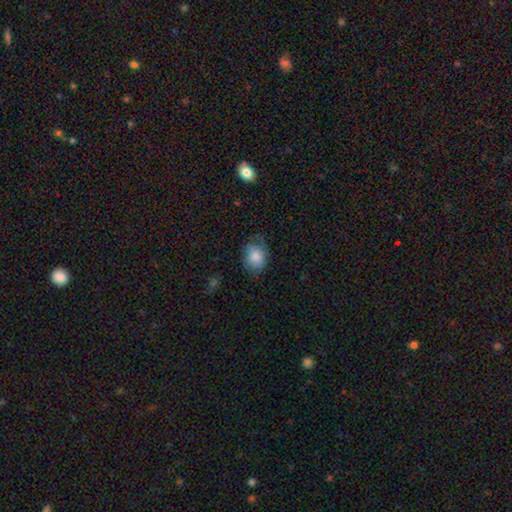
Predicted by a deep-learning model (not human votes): Smooth or featured: smooth — 77% (featured or disk — 15%)
How rounded: in between — 58% (round — 41%)
Merging: none — 57% (minor disturbance — 30%)